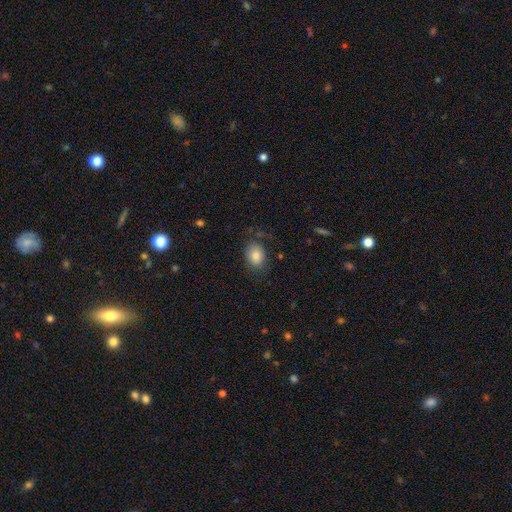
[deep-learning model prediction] Smooth or featured? Predicted: smooth (p=0.84). How rounded? Predicted: in between (p=0.70). Merging? Predicted: none (p=0.72).